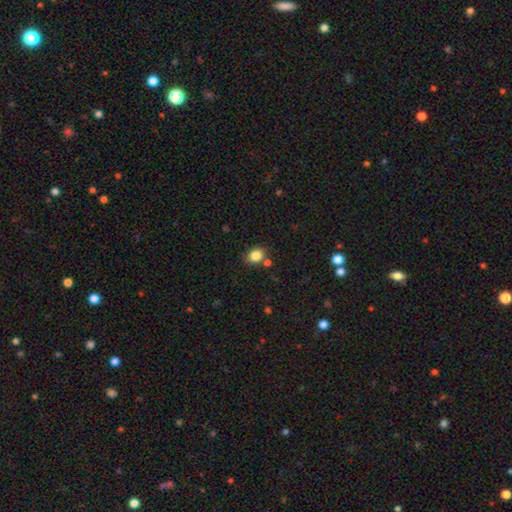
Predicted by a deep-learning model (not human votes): Overall: smooth (84%). How rounded: round (56%; in between 43%). Merging: none (75%).